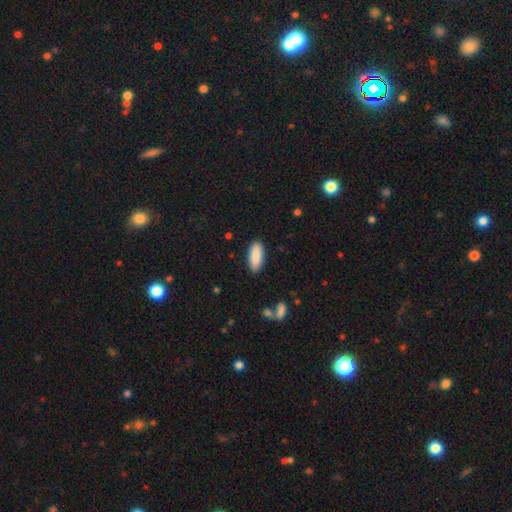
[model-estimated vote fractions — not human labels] Overall: smooth (89%). How rounded: in between (78%). Merging: none (88%).